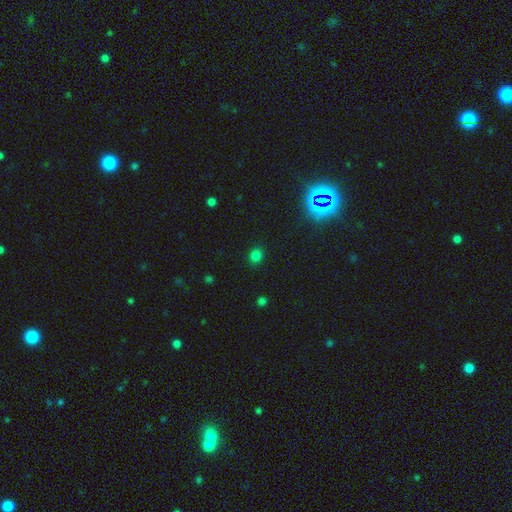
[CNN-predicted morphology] Smooth or featured: smooth — 76% (star or artifact — 19%)
How rounded: round — 82% (in between — 17%)
Merging: none — 89% (minor disturbance — 8%)